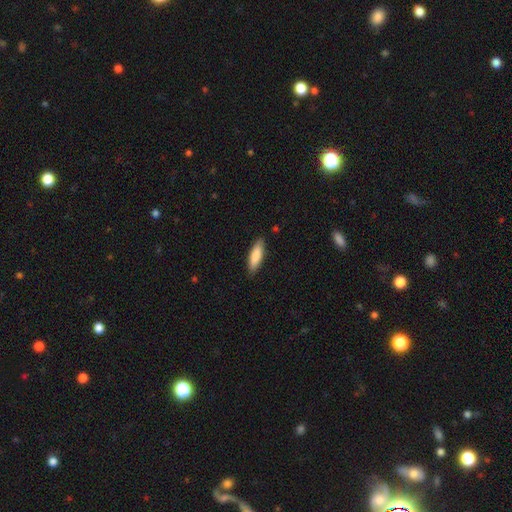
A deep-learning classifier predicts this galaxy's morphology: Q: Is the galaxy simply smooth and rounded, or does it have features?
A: smooth — 83%.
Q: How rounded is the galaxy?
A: cigar-shaped — 57%.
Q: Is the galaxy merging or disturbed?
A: none — 87%.